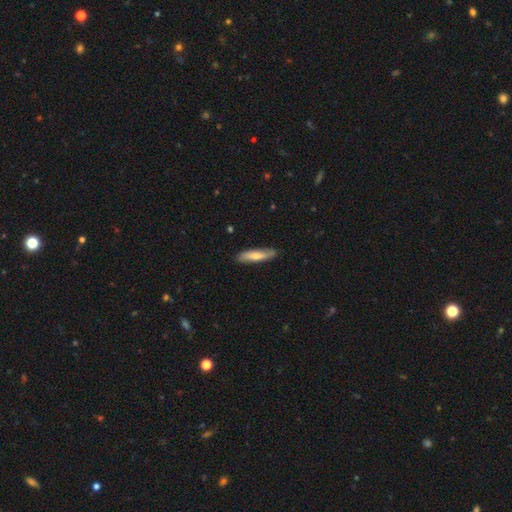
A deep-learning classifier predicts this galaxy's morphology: Smooth or featured? Predicted: smooth (p=0.70). How rounded? Predicted: cigar-shaped (p=0.79). Merging? Predicted: none (p=0.83).